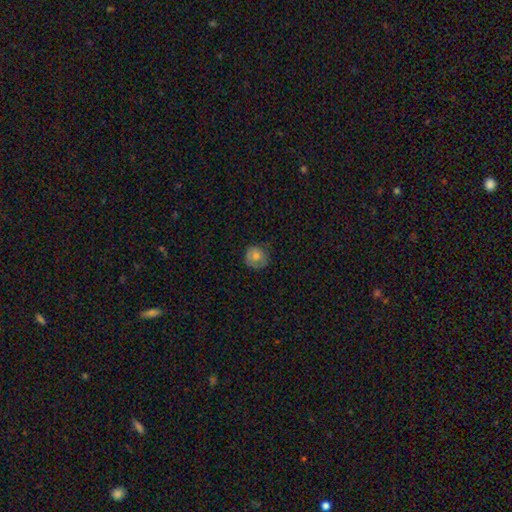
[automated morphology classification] Smooth or featured?
  - smooth: 65% *
  - featured or disk: 26%
  - star or artifact: 9%
How rounded?
  - round: 87% *
  - in between: 12%
  - cigar-shaped: 1%
Merging?
  - none: 71% *
  - minor disturbance: 21%
  - major disturbance: 6%
  - merger: 1%